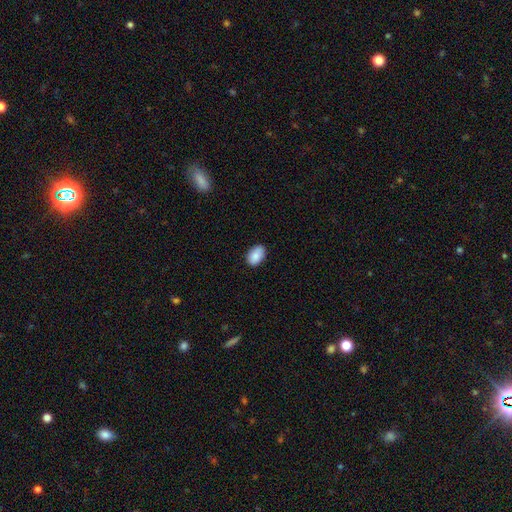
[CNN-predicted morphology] Smooth or featured: smooth — 88% (star or artifact — 7%)
How rounded: in between — 89% (round — 10%)
Merging: none — 84% (minor disturbance — 13%)